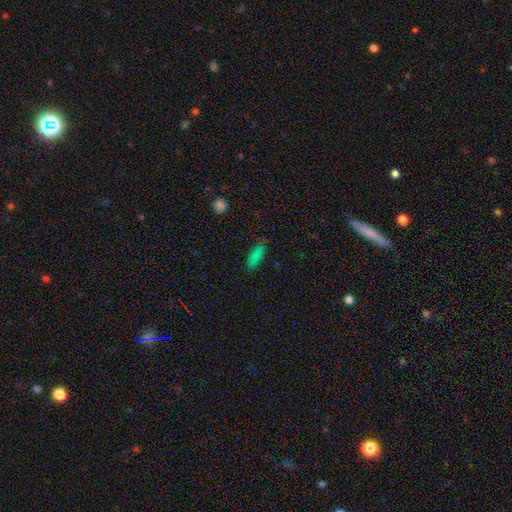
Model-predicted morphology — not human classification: A smooth galaxy with no disk features (82%) that is cigar-shaped (56%). Merging: none (82%).